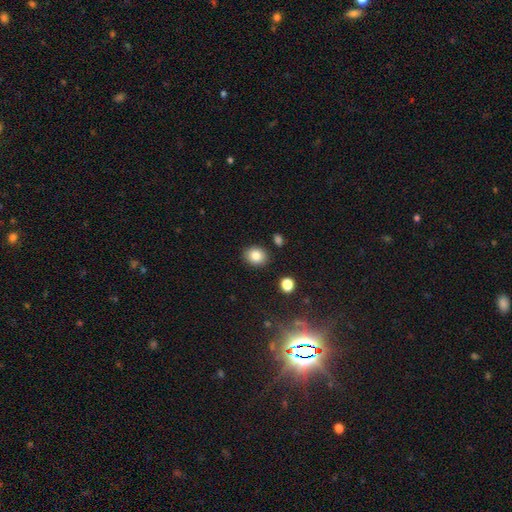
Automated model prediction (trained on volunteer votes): This appears to be a smooth galaxy with no disk features (83%) that is round (60%). Merging: none (87%).